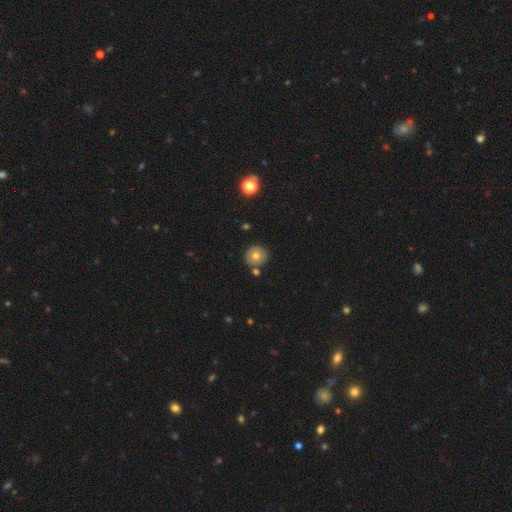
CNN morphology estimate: Smooth or featured? smooth (65%)
How rounded? round (90%)
Merging? none (81%)